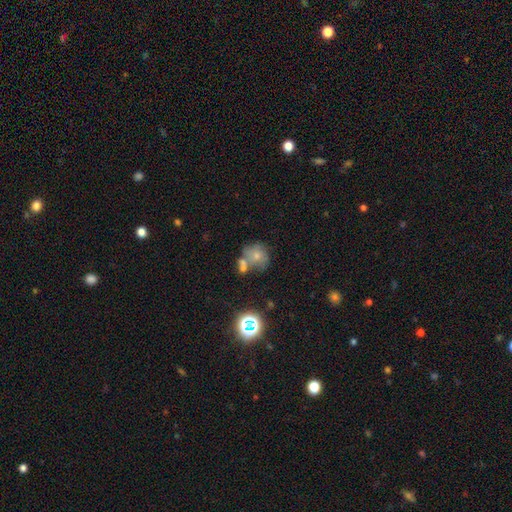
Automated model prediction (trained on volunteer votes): A smooth galaxy with no disk features (60%) that is round (75%). Merging: merger (40%).